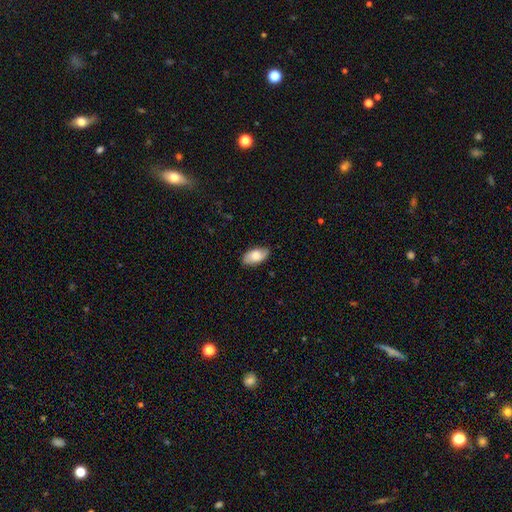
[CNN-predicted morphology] type=smooth (71%); roundness=in between (94%); merging=none (83%).